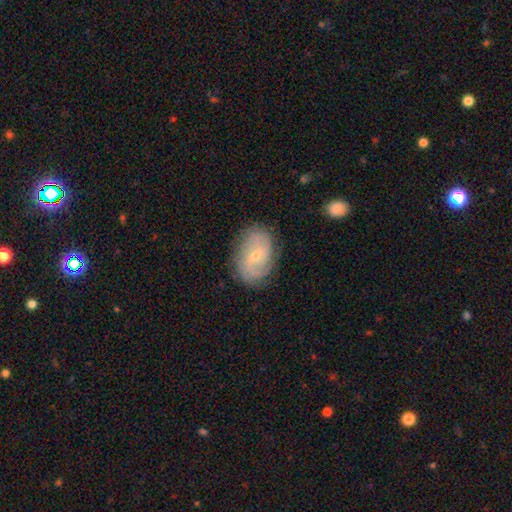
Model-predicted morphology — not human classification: A featured or disk galaxy (70%) with no bar (56%), 2 (41%) tight (46%) spiral arms (88%) and a small central bulge (69%).

Vote fractions:
- Smooth or featured? featured or disk: 70% / smooth: 23% / star or artifact: 7%
- Edge-on disk? no: 96% / yes: 4%
- Bar? no: 56% / weak: 37% / strong: 7%
- Spiral arms? yes: 88% / no: 12%
- Spiral winding? tight: 46% / medium: 36% / loose: 18%
- Spiral arm count? 2: 41% / can't tell: 33% / 3: 12% / 1: 5% / 4: 5% / more than 4: 4%
- Bulge size? small: 69% / moderate: 28% / none: 1% / large: 1% / dominant: 1%
- Merging? none: 78% / minor disturbance: 16% / major disturbance: 5% / merger: 1%